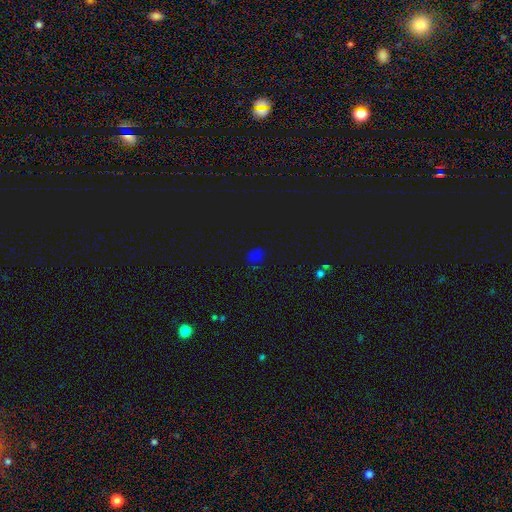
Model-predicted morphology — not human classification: Smooth or featured? star or artifact (47%)